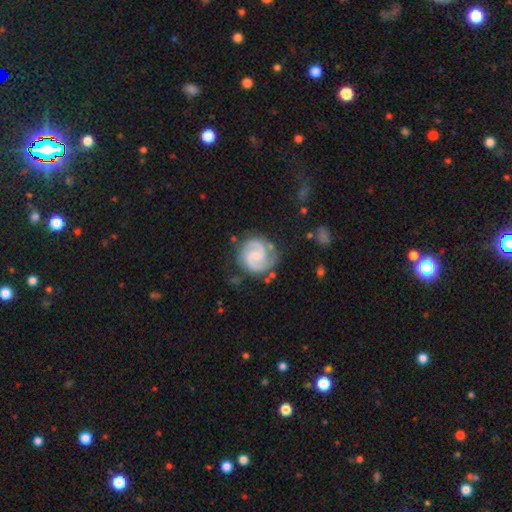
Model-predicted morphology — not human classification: Smooth or featured: featured or disk — 89% (smooth — 7%)
Edge-on disk: no — 98% (yes — 2%)
Bar: weak — 45% (no — 44%)
Spiral arms: yes — 98% (no — 2%)
Spiral winding: medium — 50% (tight — 41%)
Spiral arm count: 2 — 92% (can't tell — 2%)
Bulge size: small — 56% (moderate — 27%)
Merging: none — 79% (minor disturbance — 14%)